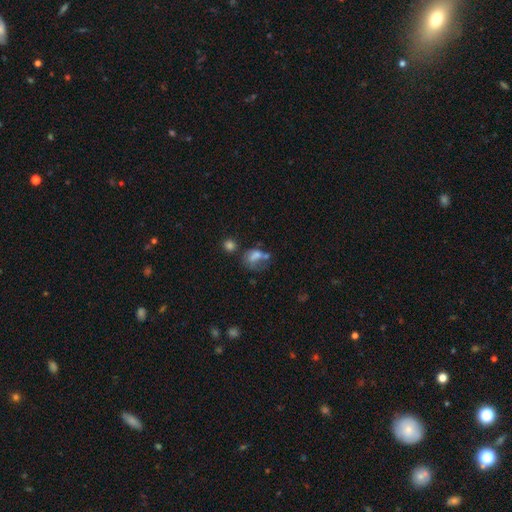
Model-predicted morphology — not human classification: type=smooth (61%); roundness=in between (65%); merging=merger (30%).